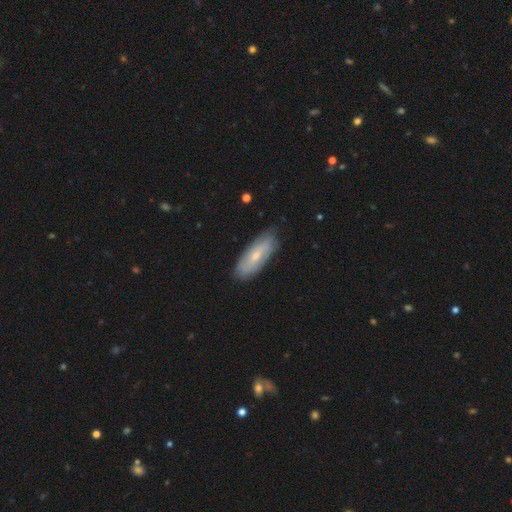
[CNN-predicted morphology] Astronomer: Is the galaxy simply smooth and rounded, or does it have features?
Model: smooth — 48% (runner-up: featured or disk, 46%).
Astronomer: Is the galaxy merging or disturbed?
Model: none — 79%.